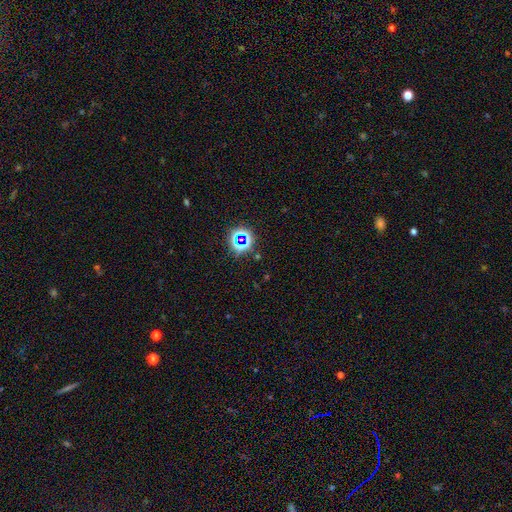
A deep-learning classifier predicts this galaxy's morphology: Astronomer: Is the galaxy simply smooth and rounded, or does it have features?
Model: star or artifact — 72%.